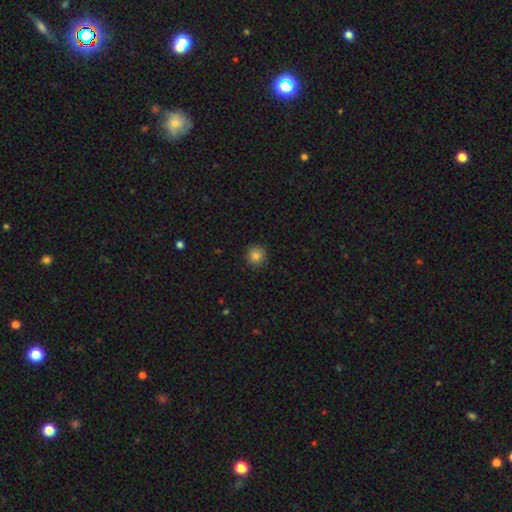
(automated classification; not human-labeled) Morphology: type=smooth (84%); roundness=round (93%); merging=none (91%).